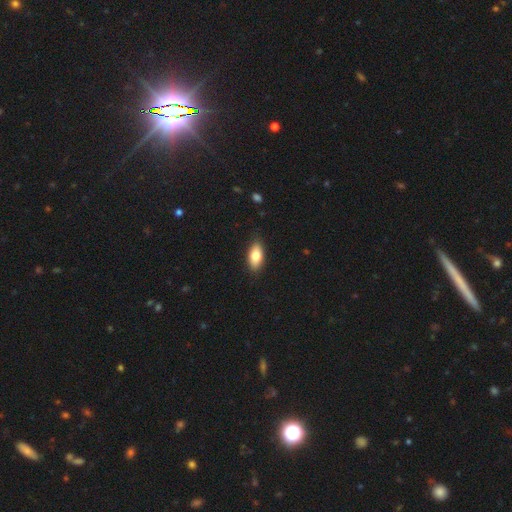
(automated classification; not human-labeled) A smooth galaxy with no disk features (79%) that is in between round and cigar-shaped (89%).

Vote fractions:
- Smooth or featured? smooth: 79% / featured or disk: 14% / star or artifact: 7%
- How rounded? in between: 89% / cigar-shaped: 7% / round: 4%
- Merging? none: 87% / minor disturbance: 10% / major disturbance: 2% / merger: 1%